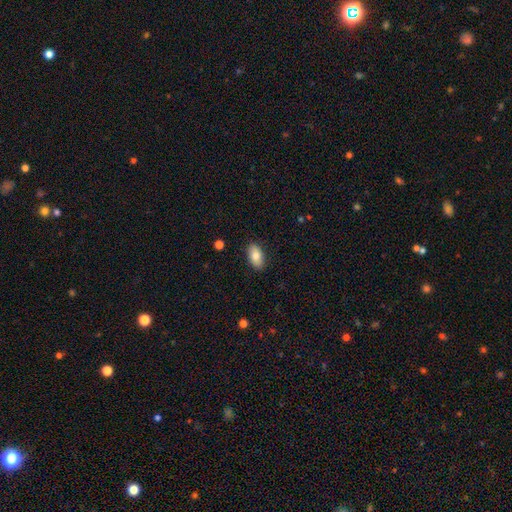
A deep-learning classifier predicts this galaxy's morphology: A smooth galaxy with no disk features (81%) that is in between round and cigar-shaped (93%).

Vote fractions:
- Smooth or featured? smooth: 81% / featured or disk: 13% / star or artifact: 7%
- How rounded? in between: 93% / round: 4% / cigar-shaped: 3%
- Merging? none: 88% / minor disturbance: 9% / major disturbance: 2% / merger: 1%